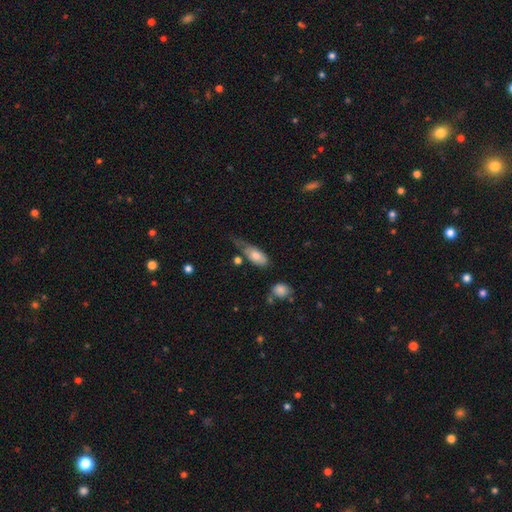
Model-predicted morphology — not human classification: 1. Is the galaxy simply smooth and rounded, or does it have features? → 74% smooth, 19% featured or disk, 7% star or artifact.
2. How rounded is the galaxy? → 86% in between, 10% cigar-shaped, 4% round.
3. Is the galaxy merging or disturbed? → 36% minor disturbance, 30% none, 28% major disturbance, 7% merger.